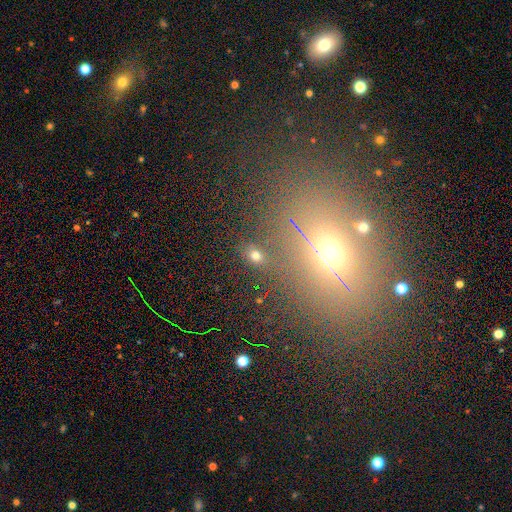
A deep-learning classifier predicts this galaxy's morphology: Smooth or featured: smooth — 63% (star or artifact — 29%)
How rounded: in between — 67% (round — 30%)
Merging: none — 80% (minor disturbance — 10%)